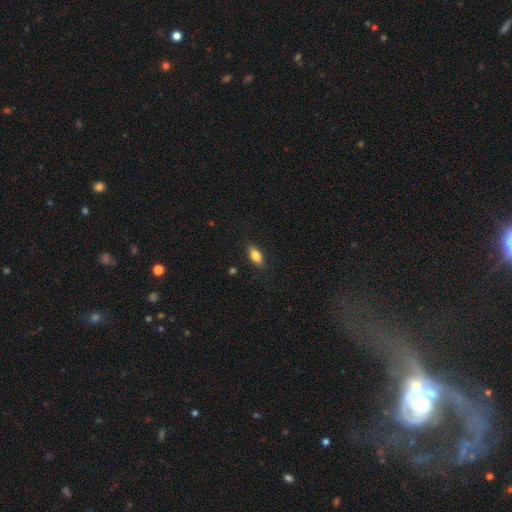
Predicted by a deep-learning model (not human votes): This appears to be a smooth galaxy with no disk features (82%) that is in between round and cigar-shaped (85%). Merging: none (86%).